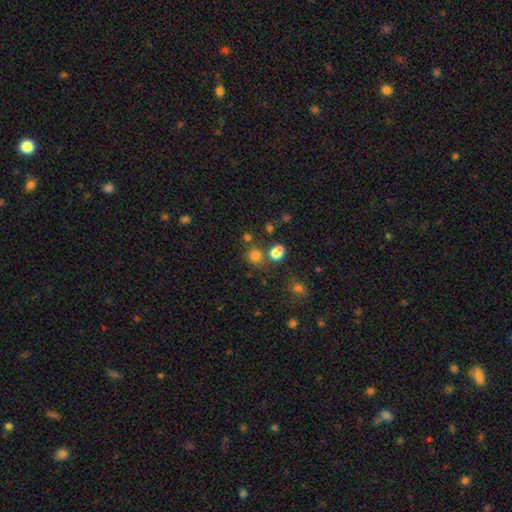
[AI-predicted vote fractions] A smooth galaxy with no disk features (75%) that is round (86%). Merging: none (67%).